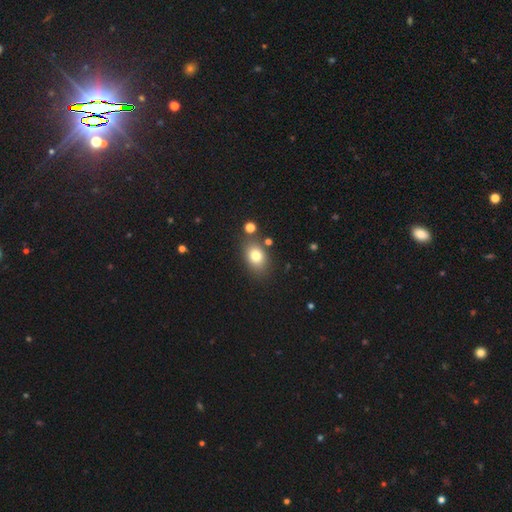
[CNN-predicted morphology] Overall: smooth (79%). How rounded: in between (72%). Merging: none (79%).